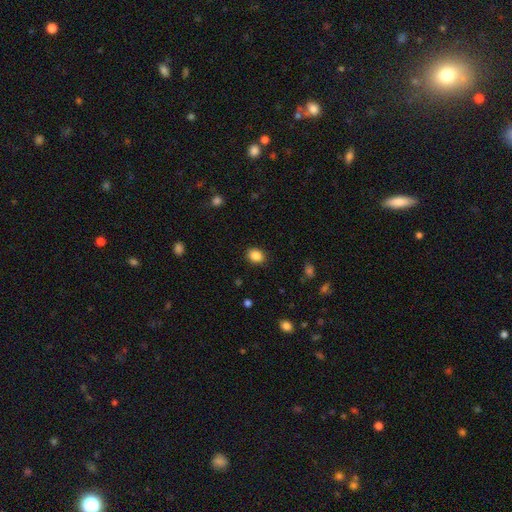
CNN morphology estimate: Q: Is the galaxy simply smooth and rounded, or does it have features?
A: smooth — 87%.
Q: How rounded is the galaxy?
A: in between — 53%.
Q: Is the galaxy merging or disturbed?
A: none — 87%.